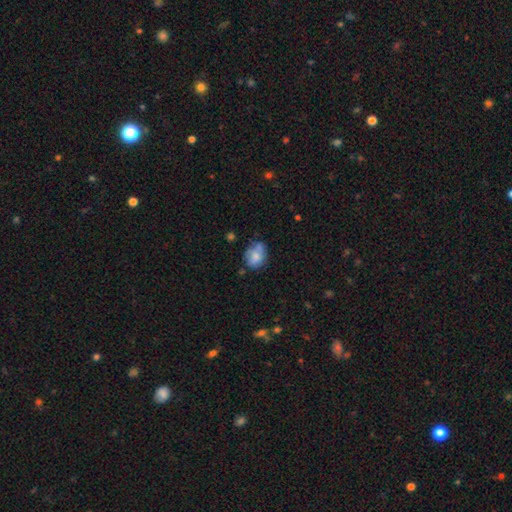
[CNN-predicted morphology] smooth_or_featured: smooth (p=0.69) [alt: featured or disk p=0.23]
how_rounded: round (p=0.53) [alt: in between p=0.46]
merging: none (p=0.49) [alt: minor disturbance p=0.28]